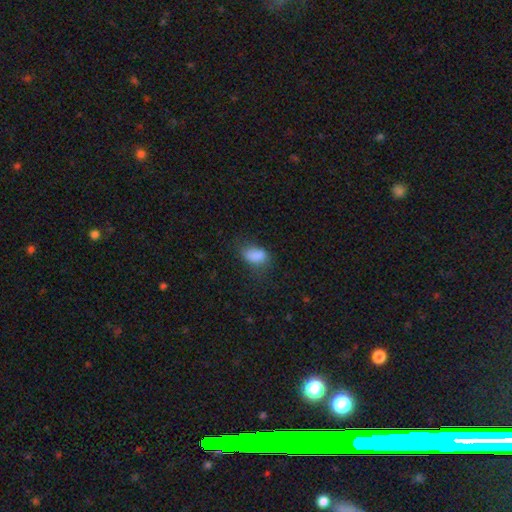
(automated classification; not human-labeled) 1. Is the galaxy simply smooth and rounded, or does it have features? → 81% smooth, 10% star or artifact, 8% featured or disk.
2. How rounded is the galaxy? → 88% in between, 9% round, 3% cigar-shaped.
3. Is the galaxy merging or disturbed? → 50% none, 30% minor disturbance, 17% major disturbance, 3% merger.